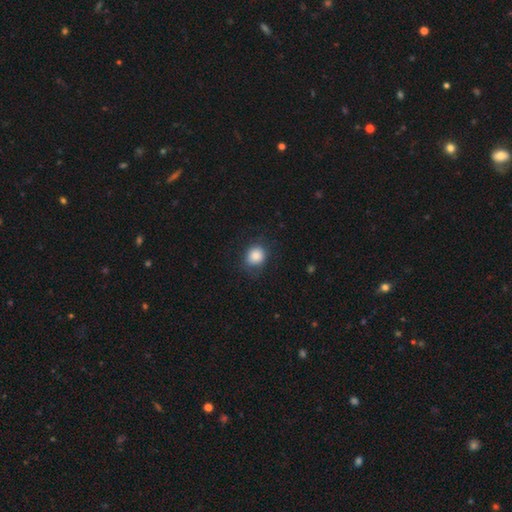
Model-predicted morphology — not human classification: The model was most divided on "how rounded": round: 71%, in between: 28%, cigar-shaped: 1%. More confident: smooth or featured — smooth (85%); merging — none (78%).